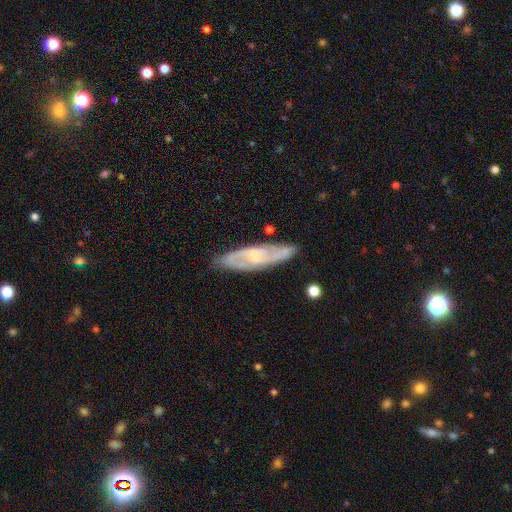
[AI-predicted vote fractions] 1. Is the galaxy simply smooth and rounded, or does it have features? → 70% featured or disk, 24% smooth, 6% star or artifact.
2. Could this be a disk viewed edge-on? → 71% no, 29% yes.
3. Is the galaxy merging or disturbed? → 79% none, 15% minor disturbance, 4% major disturbance, 2% merger.